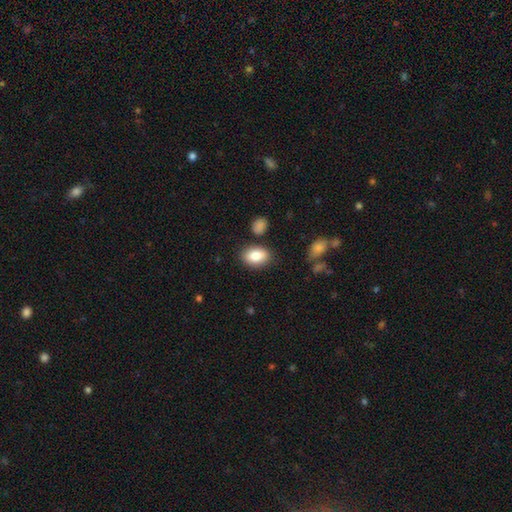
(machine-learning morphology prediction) Q: Smooth or featured?
A: smooth (85%); runner-up: featured or disk (8%)
Q: How rounded?
A: in between (86%); runner-up: round (13%)
Q: Merging?
A: none (82%); runner-up: minor disturbance (11%)